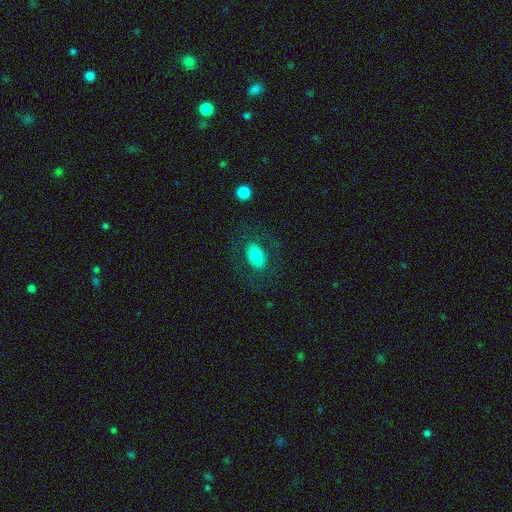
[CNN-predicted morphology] Smooth or featured: smooth — 71% (featured or disk — 21%)
How rounded: in between — 83% (round — 16%)
Merging: none — 75% (minor disturbance — 12%)